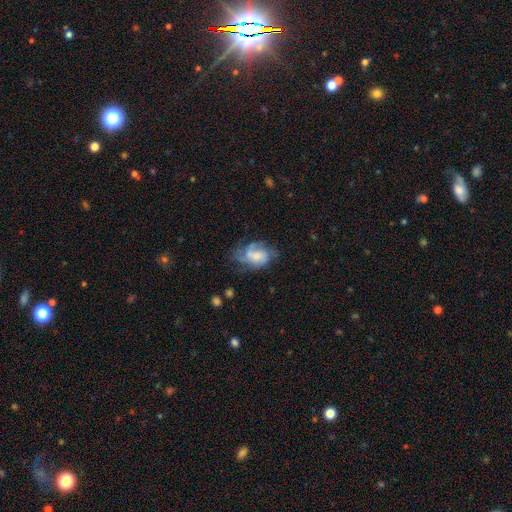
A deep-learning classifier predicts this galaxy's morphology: A featured or disk galaxy (55%) with no bar (65%), spiral arms (66%) and a moderate central bulge (34%).

Vote fractions:
- Smooth or featured? featured or disk: 55% / smooth: 37% / star or artifact: 9%
- Edge-on disk? no: 97% / yes: 3%
- Bar? no: 65% / weak: 29% / strong: 6%
- Spiral arms? yes: 66% / no: 34%
- Bulge size? moderate: 34% / small: 32% / none: 19% / large: 12% / dominant: 2%
- Merging? none: 39% / minor disturbance: 28% / major disturbance: 26% / merger: 6%